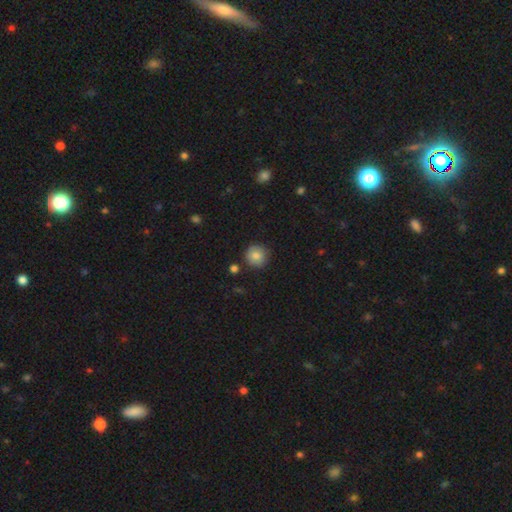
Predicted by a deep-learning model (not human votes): This is clearly a smooth galaxy (83%). How rounded: clearly round (91%). Merging: clearly none (84%).